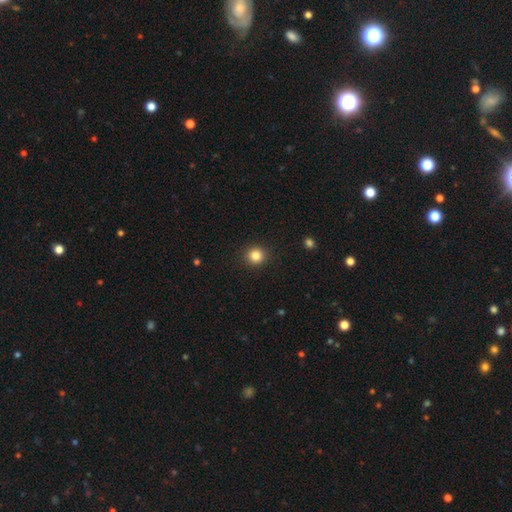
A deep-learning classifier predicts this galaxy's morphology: Smooth or featured: smooth — 84% (star or artifact — 11%)
How rounded: round — 93% (in between — 6%)
Merging: none — 92% (minor disturbance — 5%)